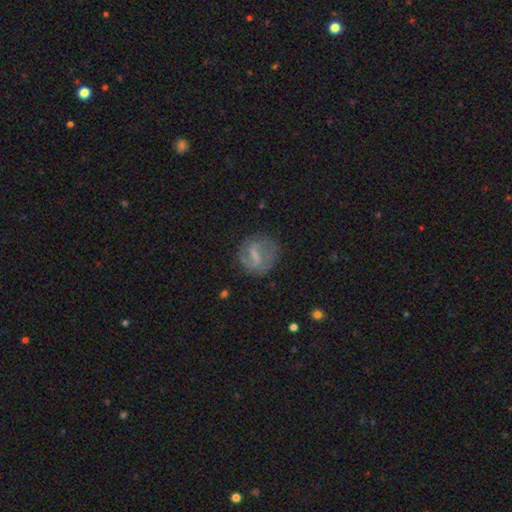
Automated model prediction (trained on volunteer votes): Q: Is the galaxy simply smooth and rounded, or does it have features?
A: featured or disk — 61%.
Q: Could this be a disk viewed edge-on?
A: no — 96%.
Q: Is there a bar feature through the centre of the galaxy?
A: weak — 45%.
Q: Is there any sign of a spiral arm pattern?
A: yes — 74%.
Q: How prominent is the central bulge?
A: none — 42%.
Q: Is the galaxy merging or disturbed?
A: none — 70%.